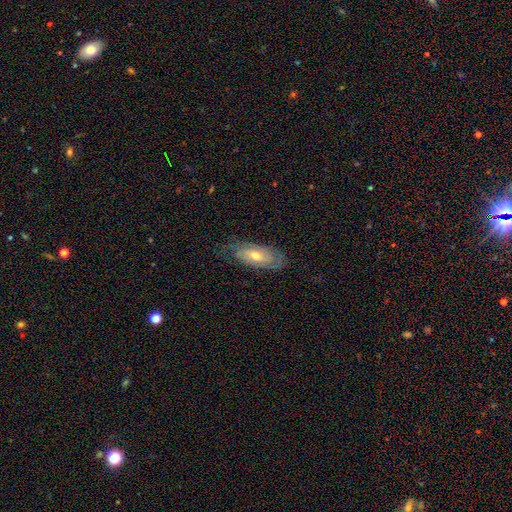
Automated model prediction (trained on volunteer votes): A featured or disk galaxy (59%). Merging: none (67%).